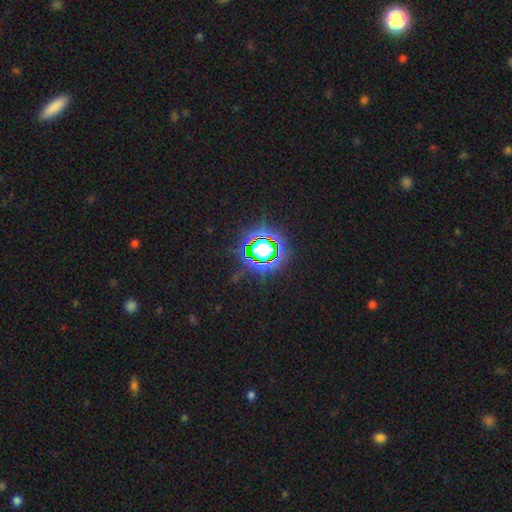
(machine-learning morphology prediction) Smooth or featured?
  - star or artifact: 78% *
  - smooth: 13%
  - featured or disk: 9%